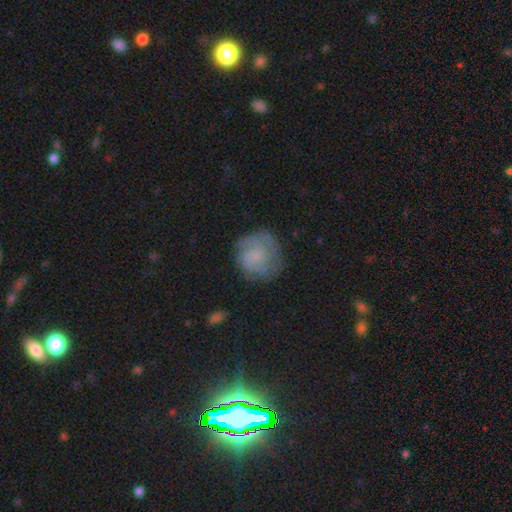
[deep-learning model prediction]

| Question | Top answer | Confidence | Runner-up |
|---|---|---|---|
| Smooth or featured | featured or disk | 55% | smooth (37%) |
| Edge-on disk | no | 98% | yes (2%) |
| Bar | no | 70% | weak (26%) |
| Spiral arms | yes | 83% | no (17%) |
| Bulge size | none | 45% | small (30%) |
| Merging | none | 68% | minor disturbance (20%) |